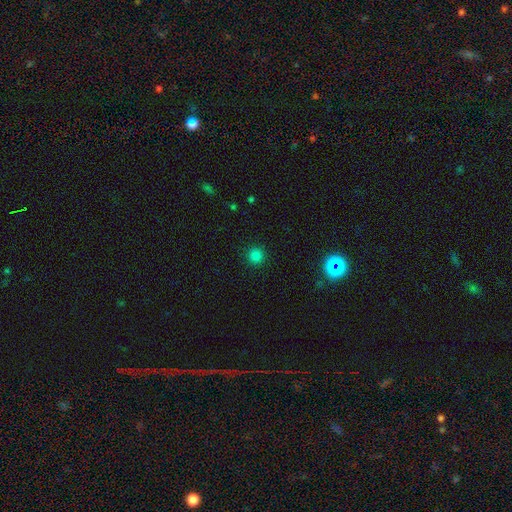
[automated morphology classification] Smooth or featured? smooth (82%)
How rounded? round (95%)
Merging? none (92%)